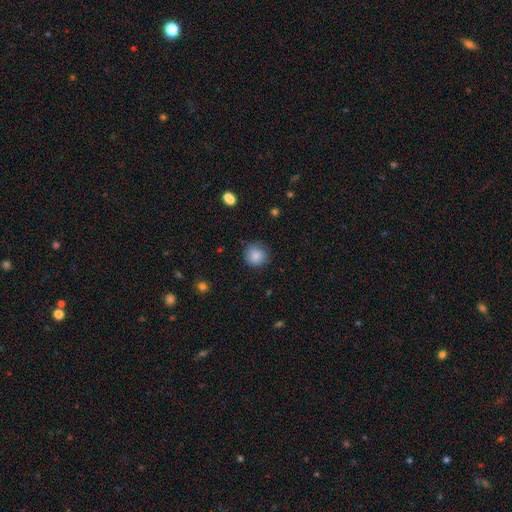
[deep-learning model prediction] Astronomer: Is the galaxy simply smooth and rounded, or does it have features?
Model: smooth — 85%.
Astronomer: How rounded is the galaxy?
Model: round — 89%.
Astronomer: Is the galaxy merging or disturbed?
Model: none — 78%.